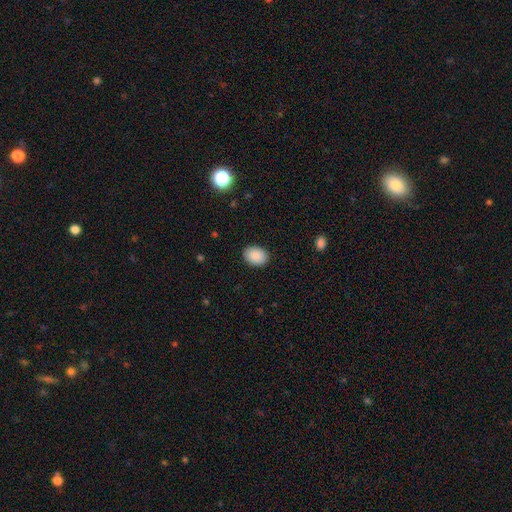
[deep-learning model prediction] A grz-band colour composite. It shows a smooth galaxy with no disk features (89%) that is in between round and cigar-shaped (73%). Merging: none (90%).